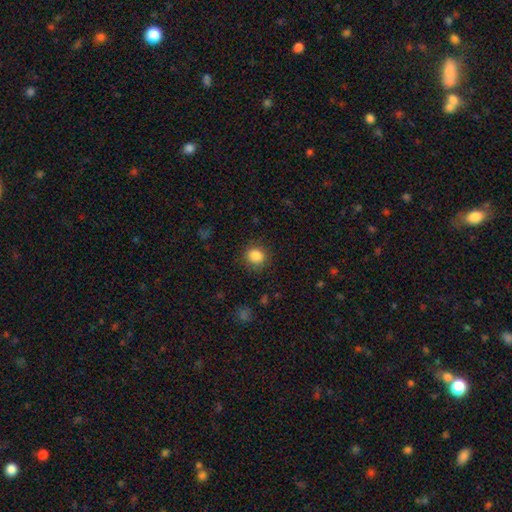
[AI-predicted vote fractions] This is clearly a smooth galaxy (86%). How rounded: clearly round (86%). Merging: clearly none (85%).